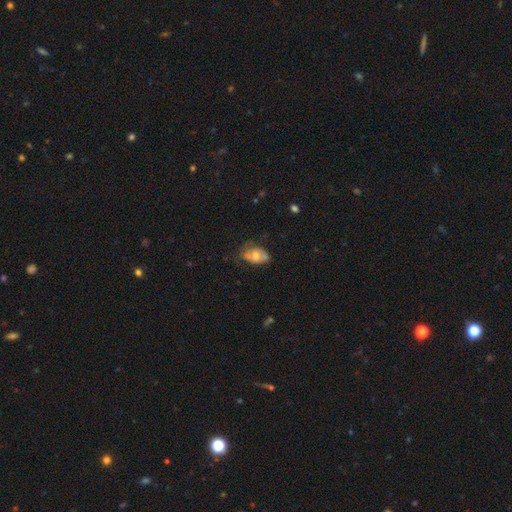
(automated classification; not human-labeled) A smooth galaxy with no disk features (51%) that is in between round and cigar-shaped (84%).

Vote fractions:
- Smooth or featured? smooth: 51% / featured or disk: 41% / star or artifact: 8%
- How rounded? in between: 84% / round: 14% / cigar-shaped: 2%
- Merging? none: 48% / minor disturbance: 33% / major disturbance: 15% / merger: 4%